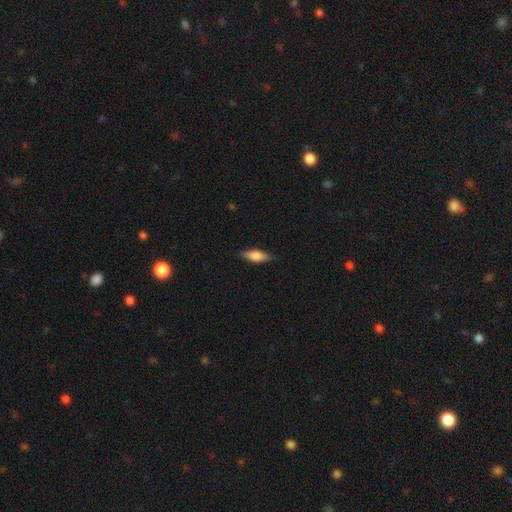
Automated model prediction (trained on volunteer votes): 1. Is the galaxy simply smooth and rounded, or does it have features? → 60% smooth, 34% featured or disk, 6% star or artifact.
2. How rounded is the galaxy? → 55% in between, 43% cigar-shaped, 3% round.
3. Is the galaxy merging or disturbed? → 85% none, 12% minor disturbance, 2% major disturbance, 1% merger.